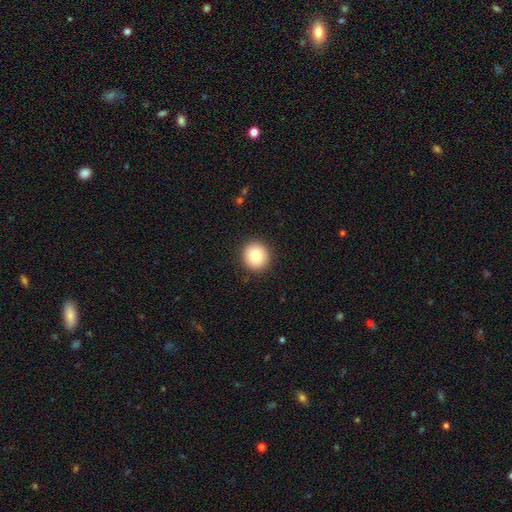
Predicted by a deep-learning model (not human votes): The model was most divided on "smooth or featured": smooth: 84%, star or artifact: 9%, featured or disk: 8%. More confident: how rounded — round (92%); merging — none (92%).